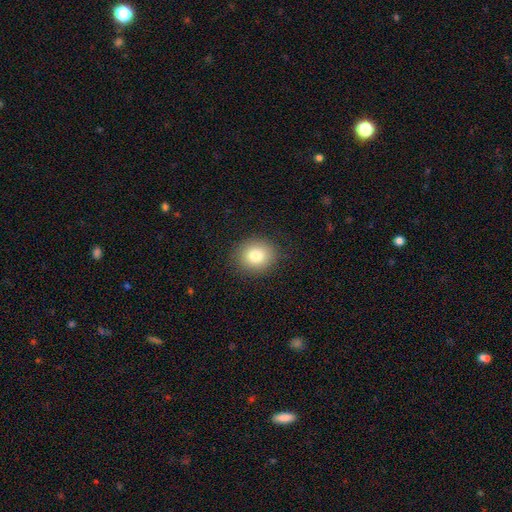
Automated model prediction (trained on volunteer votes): Smooth or featured? Predicted: smooth (p=0.82). How rounded? Predicted: round (p=0.74). Merging? Predicted: none (p=0.88).